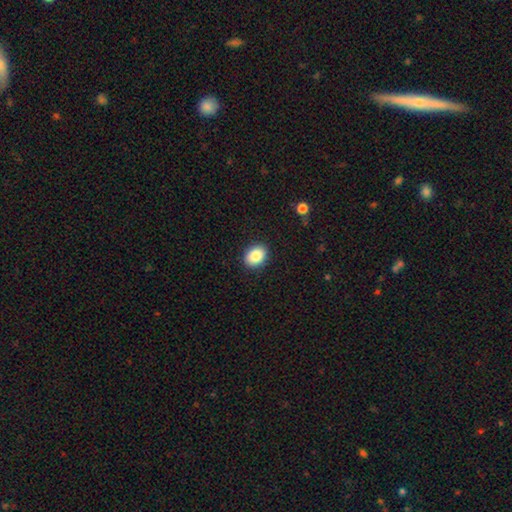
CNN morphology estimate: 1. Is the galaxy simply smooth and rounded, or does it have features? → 87% smooth, 8% star or artifact, 5% featured or disk.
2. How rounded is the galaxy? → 68% in between, 31% round, 1% cigar-shaped.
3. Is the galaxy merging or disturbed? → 90% none, 7% minor disturbance, 2% major disturbance, 1% merger.